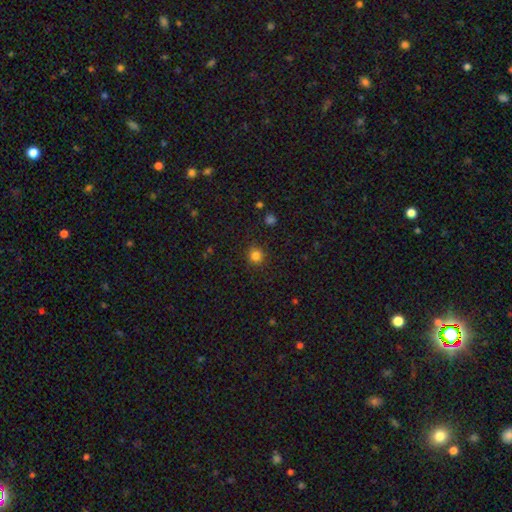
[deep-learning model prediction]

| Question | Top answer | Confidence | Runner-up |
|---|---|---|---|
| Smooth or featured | smooth | 83% | star or artifact (13%) |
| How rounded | round | 92% | in between (7%) |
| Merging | none | 90% | minor disturbance (7%) |